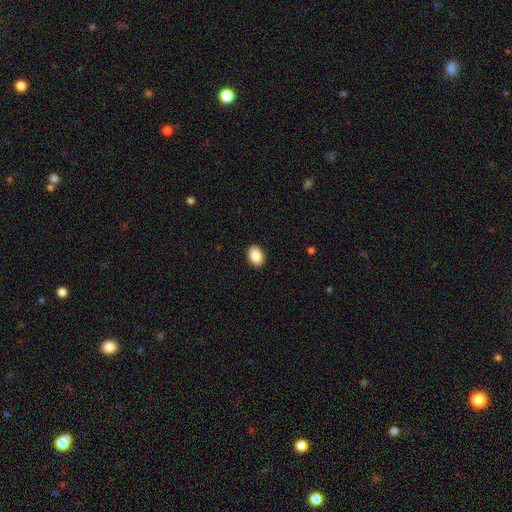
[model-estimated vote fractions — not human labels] The model was most divided on "how rounded": in between: 86%, round: 12%, cigar-shaped: 1%. More confident: merging — none (91%); smooth or featured — smooth (89%).